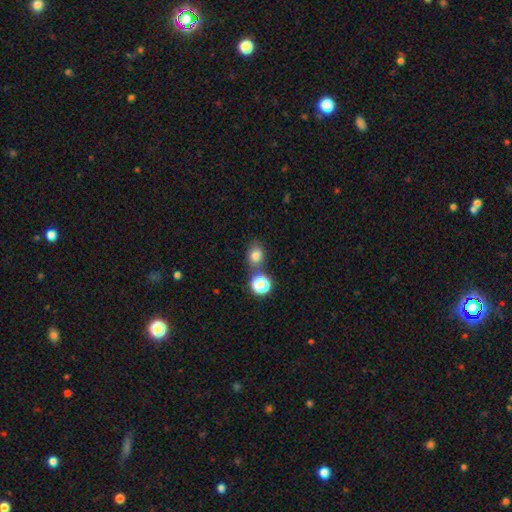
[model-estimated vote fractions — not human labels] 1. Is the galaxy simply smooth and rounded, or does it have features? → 77% smooth, 16% star or artifact, 8% featured or disk.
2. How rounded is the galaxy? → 50% round, 49% in between, 1% cigar-shaped.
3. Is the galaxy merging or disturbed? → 67% none, 16% merger, 13% minor disturbance, 4% major disturbance.